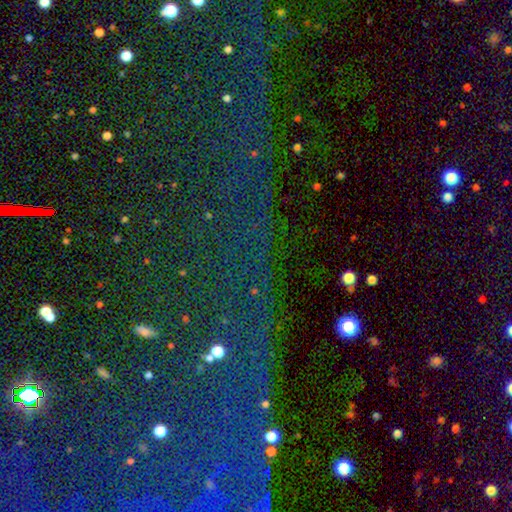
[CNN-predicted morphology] Smooth or featured? star or artifact (76%)